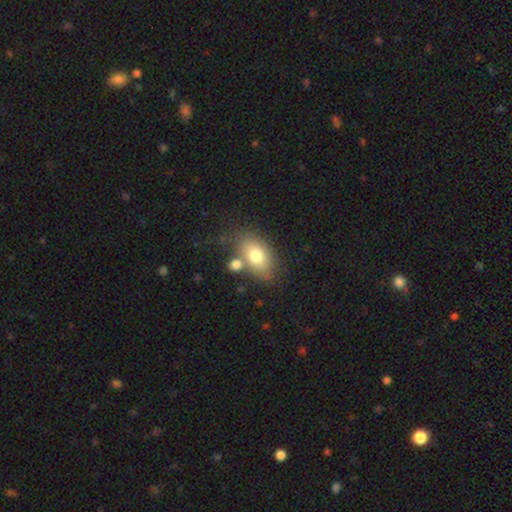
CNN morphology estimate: Overall: smooth (74%). How rounded: in between (86%). Merging: none (59%; merger 21%).